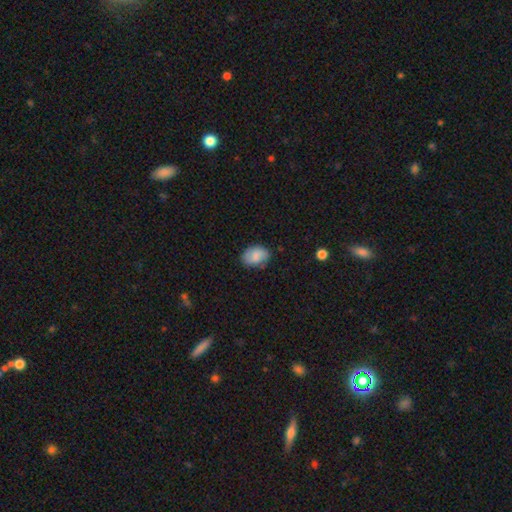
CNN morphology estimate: smooth-or-featured: smooth: 78% | featured or disk: 14% | star or artifact: 7%
  how-rounded: in between: 80% | round: 19% | cigar-shaped: 1%
  merging: none: 75% | minor disturbance: 19% | major disturbance: 4% | merger: 2%